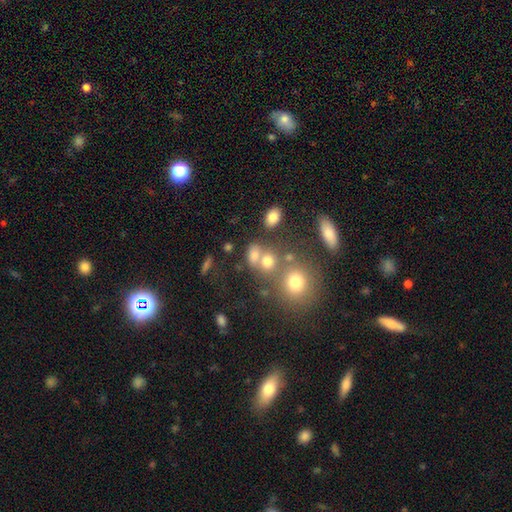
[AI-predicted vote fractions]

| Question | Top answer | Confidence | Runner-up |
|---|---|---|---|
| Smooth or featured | smooth | 63% | star or artifact (20%) |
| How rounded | in between | 50% | round (47%) |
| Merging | none | 43% | merger (38%) |